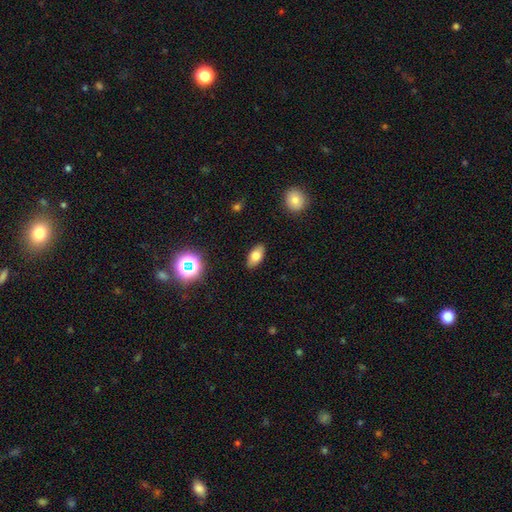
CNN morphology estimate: Q: Smooth or featured?
A: smooth (76%); runner-up: featured or disk (14%)
Q: How rounded?
A: in between (89%); runner-up: cigar-shaped (7%)
Q: Merging?
A: none (88%); runner-up: minor disturbance (8%)